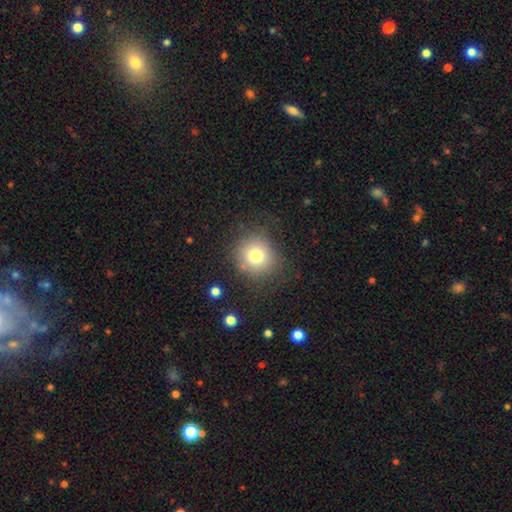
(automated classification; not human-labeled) smooth_or_featured: smooth (p=0.75) [alt: star or artifact p=0.14]
how_rounded: round (p=0.87) [alt: in between p=0.12]
merging: none (p=0.81) [alt: minor disturbance p=0.12]